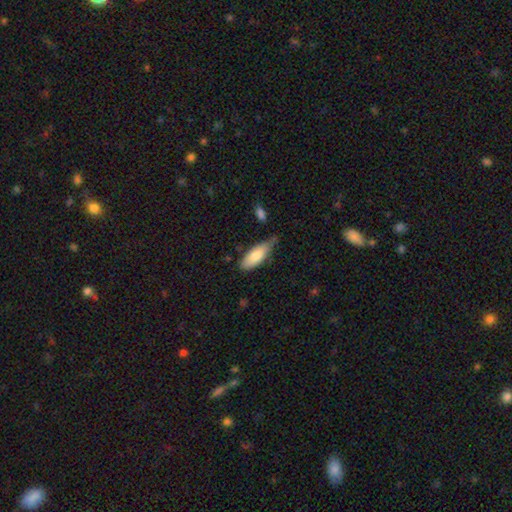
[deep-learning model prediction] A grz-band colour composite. It shows a smooth galaxy with no disk features (80%) that is in between round and cigar-shaped (70%). Merging: none (57%).